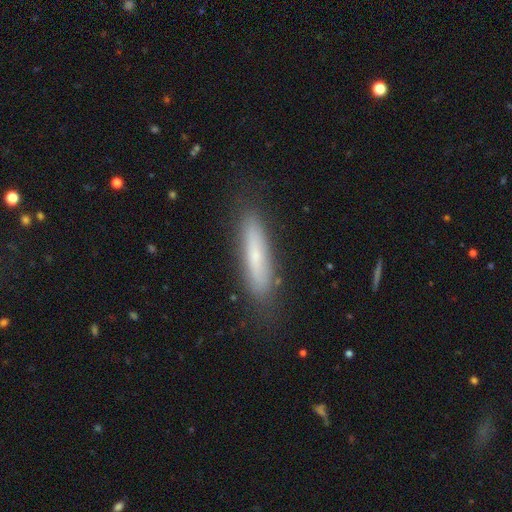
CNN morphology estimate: Smooth or featured? smooth (58%)
How rounded? cigar-shaped (85%)
Merging? none (83%)